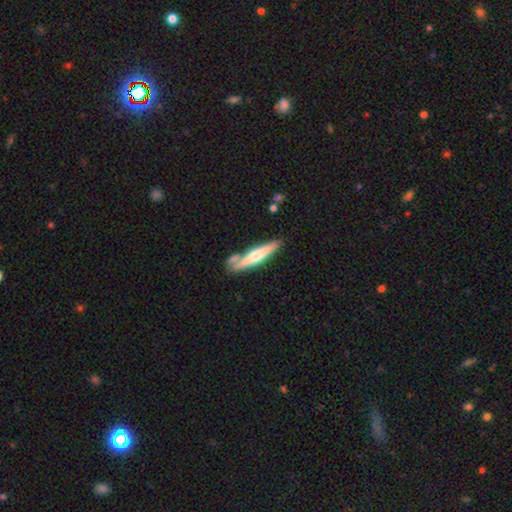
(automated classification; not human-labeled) This appears to be a featured or disk galaxy (53%) viewed edge-on (93%). Merging: none (71%).